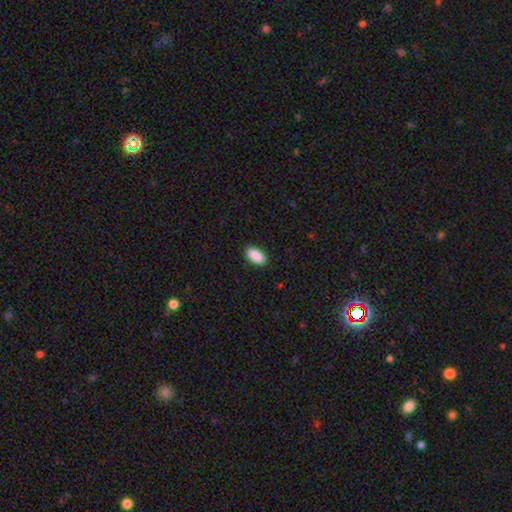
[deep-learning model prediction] smooth 91%, star or artifact 6%, featured or disk 3%. Down the decision tree: how rounded — in between (94%); merging — none (89%).